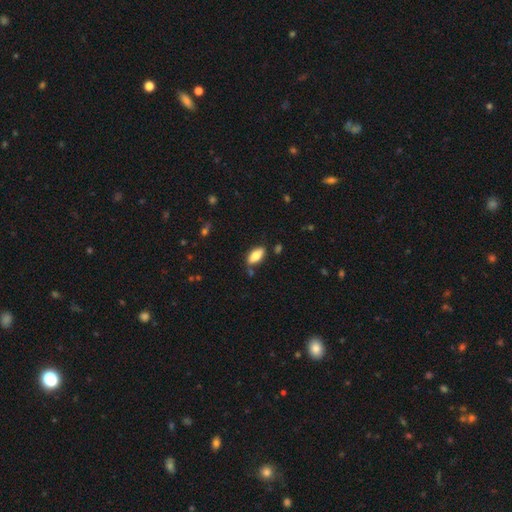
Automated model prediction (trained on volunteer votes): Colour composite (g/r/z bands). It shows a smooth galaxy with no disk features (78%) that is in between round and cigar-shaped (86%). Merging: none (78%).